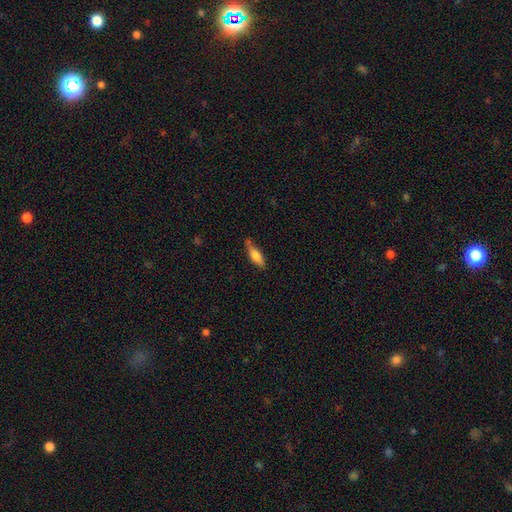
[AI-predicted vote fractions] This is likely a smooth galaxy (66%). How rounded: possibly cigar-shaped (53%). Merging: likely none (69%).